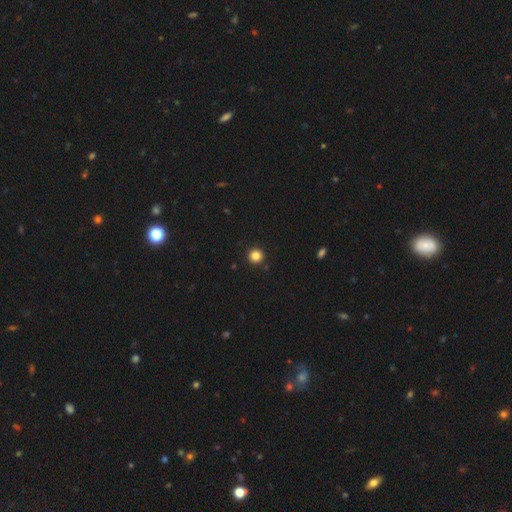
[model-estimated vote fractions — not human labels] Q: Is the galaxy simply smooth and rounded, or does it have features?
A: smooth — 83%.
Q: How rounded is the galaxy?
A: round — 96%.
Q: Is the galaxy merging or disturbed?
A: none — 93%.